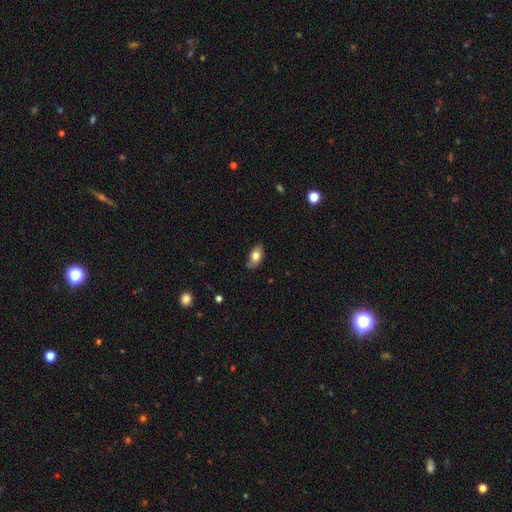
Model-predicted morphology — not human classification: smooth-or-featured: smooth: 75% | featured or disk: 18% | star or artifact: 7%
  how-rounded: in between: 90% | round: 6% | cigar-shaped: 4%
  merging: none: 71% | minor disturbance: 24% | major disturbance: 4% | merger: 2%